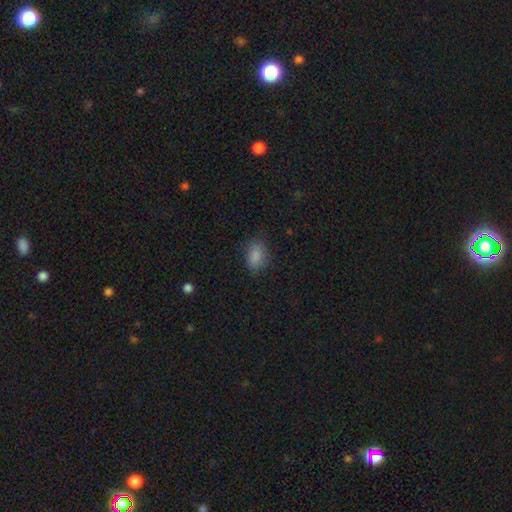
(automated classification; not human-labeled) This is clearly a smooth galaxy (85%). How rounded: clearly in between (81%). Merging: likely none (76%).